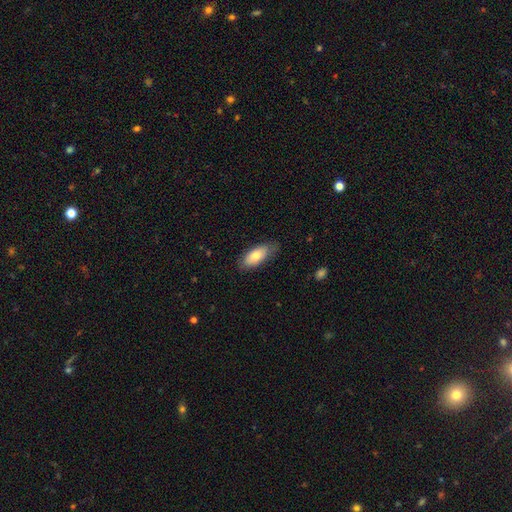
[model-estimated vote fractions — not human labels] Smooth or featured?
  - smooth: 77% *
  - featured or disk: 17%
  - star or artifact: 6%
How rounded?
  - in between: 83% *
  - cigar-shaped: 15%
  - round: 2%
Merging?
  - none: 75% *
  - minor disturbance: 20%
  - major disturbance: 4%
  - merger: 1%